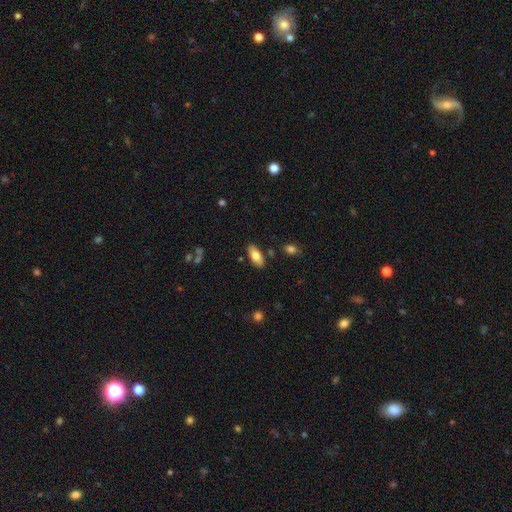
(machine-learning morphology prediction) Smooth or featured? smooth (81%)
How rounded? in between (88%)
Merging? none (85%)